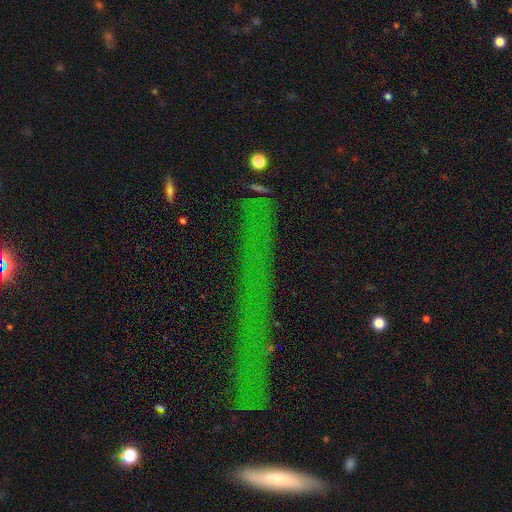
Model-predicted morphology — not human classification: The model was most divided on "smooth or featured": star or artifact: 63%, smooth: 19%, featured or disk: 18%.